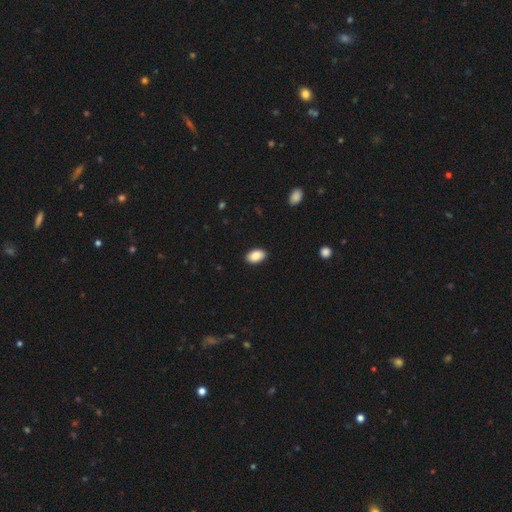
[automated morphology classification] smooth 88%, star or artifact 7%, featured or disk 5%. Down the decision tree: how rounded — in between (92%); merging — none (90%).